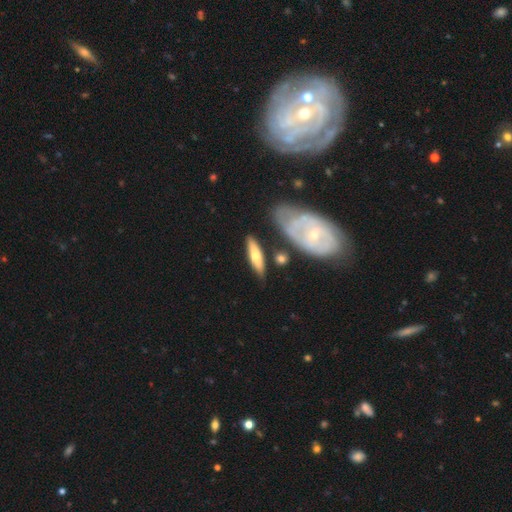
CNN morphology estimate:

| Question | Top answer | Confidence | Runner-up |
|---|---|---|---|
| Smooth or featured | smooth | 54% | featured or disk (41%) |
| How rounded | cigar-shaped | 64% | in between (33%) |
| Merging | none | 73% | minor disturbance (15%) |